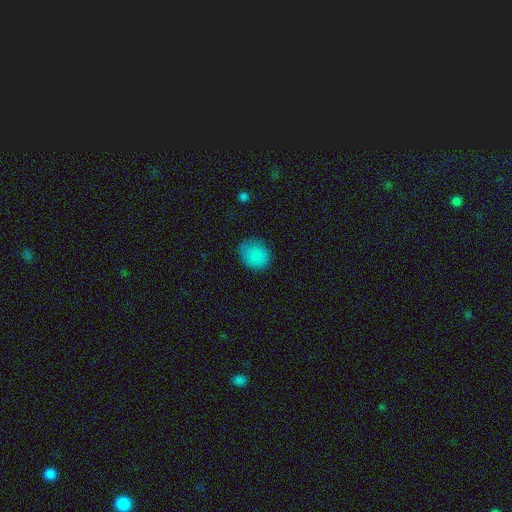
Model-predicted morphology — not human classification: The model was most divided on "how rounded": round: 64%, in between: 35%, cigar-shaped: 1%. More confident: smooth or featured — smooth (85%); merging — none (77%).